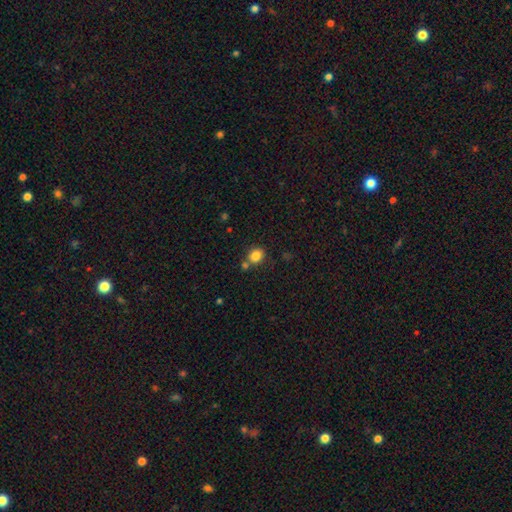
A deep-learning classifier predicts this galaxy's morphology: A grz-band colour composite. It shows a smooth galaxy with no disk features (83%) that is round (72%). Merging: none (69%).